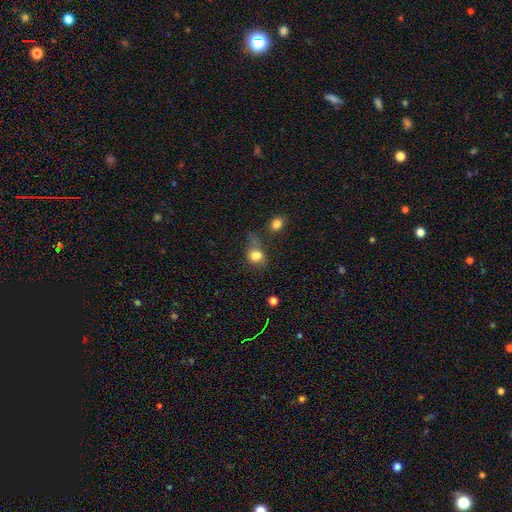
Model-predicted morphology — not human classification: Smooth or featured: smooth — 77% (star or artifact — 12%)
How rounded: round — 50% (in between — 48%)
Merging: none — 36% (minor disturbance — 23%)